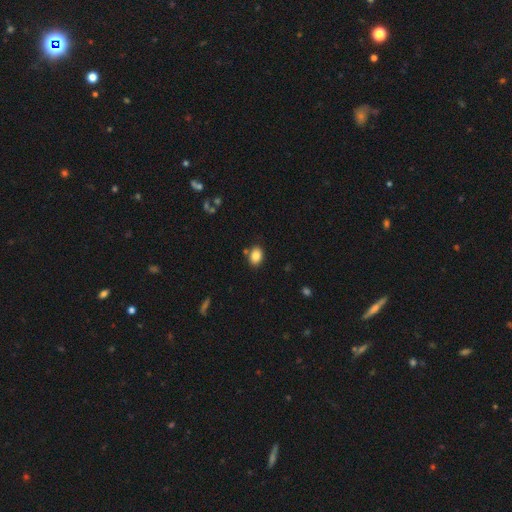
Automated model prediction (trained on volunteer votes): The model was most divided on "how rounded": in between: 76%, round: 22%, cigar-shaped: 1%. More confident: smooth or featured — smooth (86%); merging — none (80%).